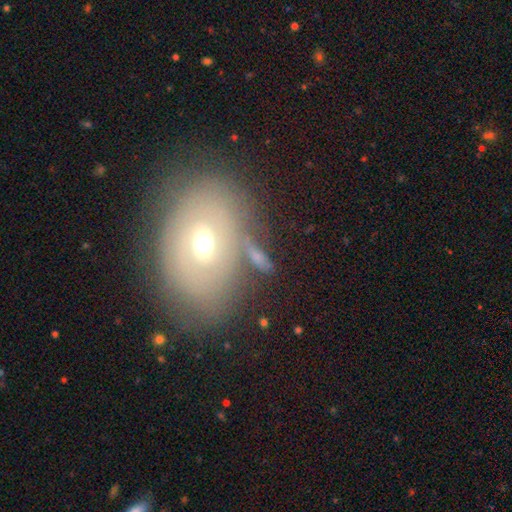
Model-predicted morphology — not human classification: Q: Smooth or featured?
A: featured or disk (45%); runner-up: smooth (44%)
Q: Merging?
A: none (61%); runner-up: minor disturbance (16%)